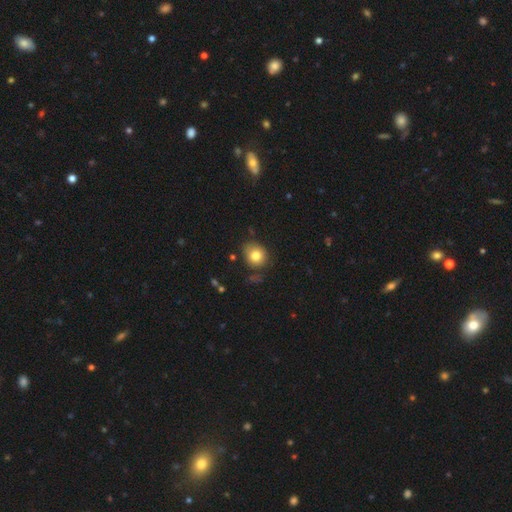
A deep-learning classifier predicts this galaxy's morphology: The model was most divided on "how rounded": round: 71%, in between: 28%, cigar-shaped: 1%. More confident: smooth or featured — smooth (81%); merging — none (74%).